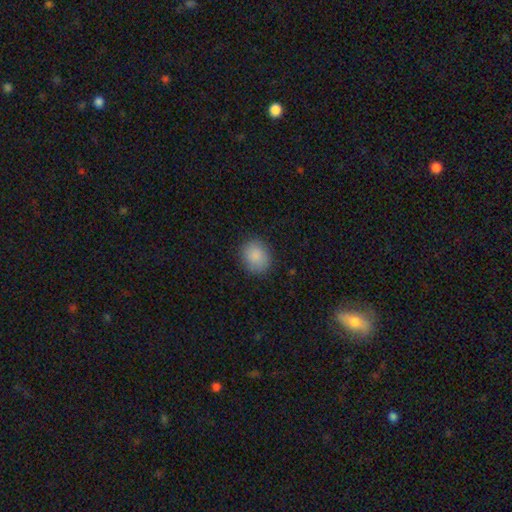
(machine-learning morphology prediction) smooth_or_featured: smooth (p=0.88) [alt: star or artifact p=0.08]
how_rounded: round (p=0.71) [alt: in between p=0.28]
merging: none (p=0.87) [alt: minor disturbance p=0.09]